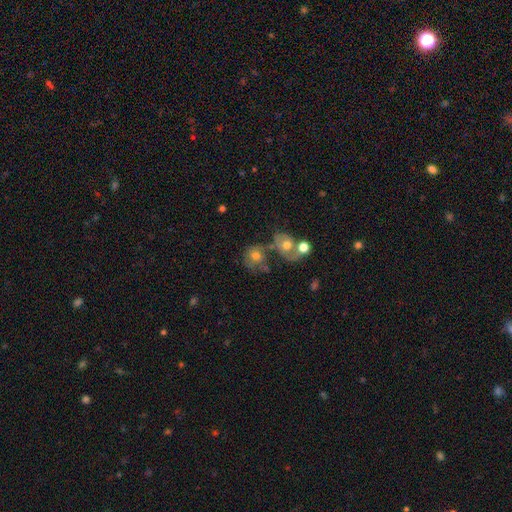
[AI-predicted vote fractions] The model was most divided on "merging": merger: 43%, none: 30%, minor disturbance: 15%, major disturbance: 12%. More confident: how rounded — round (66%); smooth or featured — smooth (61%).